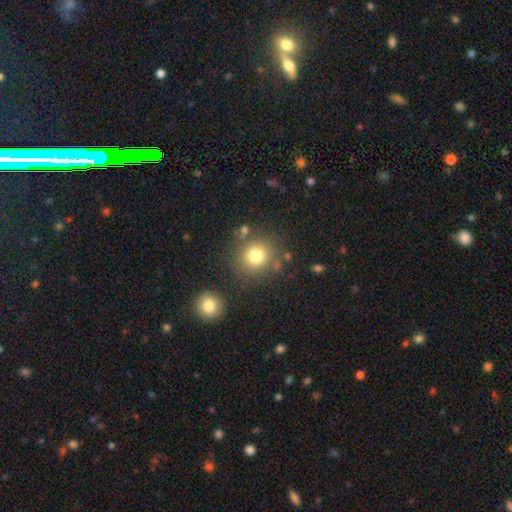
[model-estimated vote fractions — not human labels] Smooth or featured: smooth — 78% (star or artifact — 13%)
How rounded: round — 86% (in between — 13%)
Merging: none — 79% (minor disturbance — 9%)